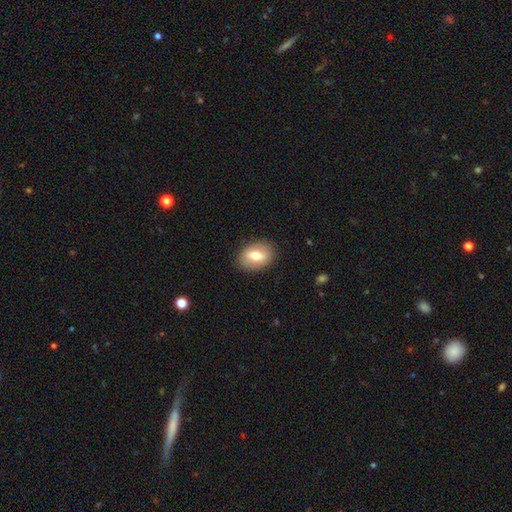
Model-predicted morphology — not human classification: Smooth or featured? Predicted: smooth (p=0.67). How rounded? Predicted: in between (p=0.71). Merging? Predicted: none (p=0.87).